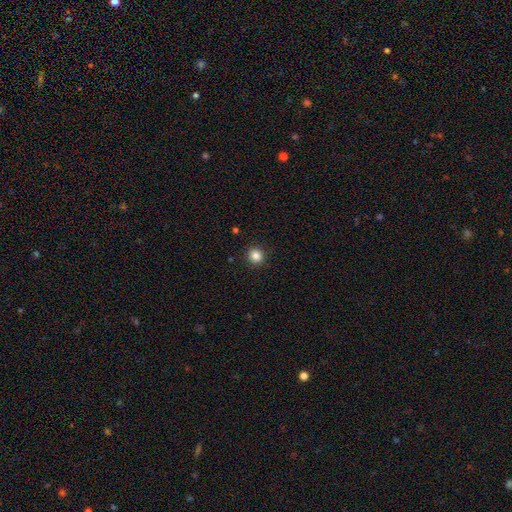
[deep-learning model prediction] The model was most divided on "smooth or featured": smooth: 85%, star or artifact: 11%, featured or disk: 4%. More confident: merging — none (92%); how rounded — round (88%).